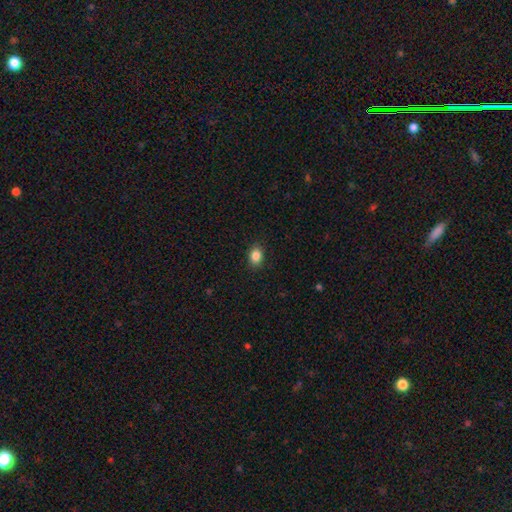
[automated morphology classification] Smooth or featured? Predicted: smooth (p=0.86). How rounded? Predicted: in between (p=0.70). Merging? Predicted: none (p=0.88).